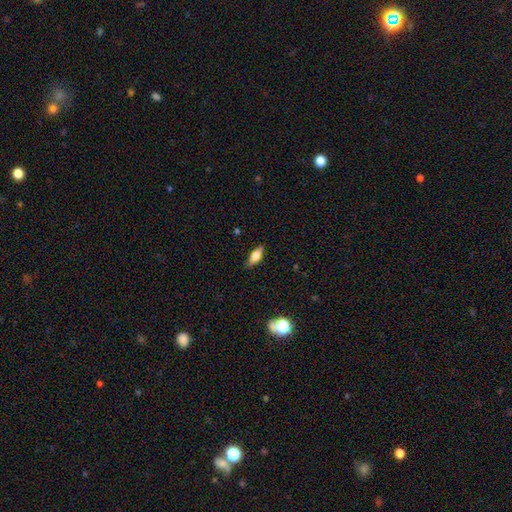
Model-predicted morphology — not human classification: smooth-or-featured: smooth: 69% | featured or disk: 23% | star or artifact: 8%
  how-rounded: in between: 74% | cigar-shaped: 22% | round: 3%
  merging: none: 82% | minor disturbance: 14% | major disturbance: 3% | merger: 1%